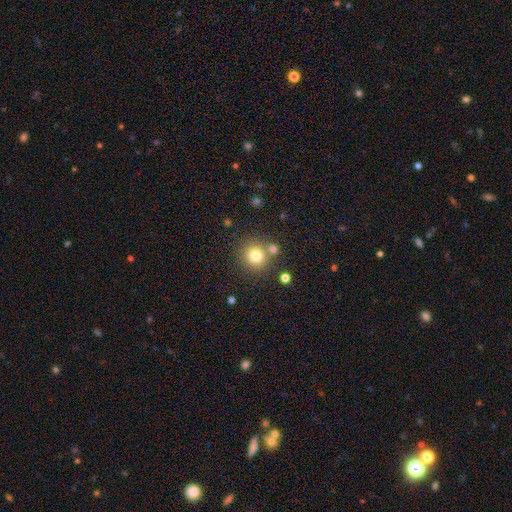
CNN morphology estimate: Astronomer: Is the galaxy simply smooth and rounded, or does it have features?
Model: smooth — 77%.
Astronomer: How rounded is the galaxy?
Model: round — 92%.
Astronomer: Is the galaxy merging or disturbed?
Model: none — 73%.